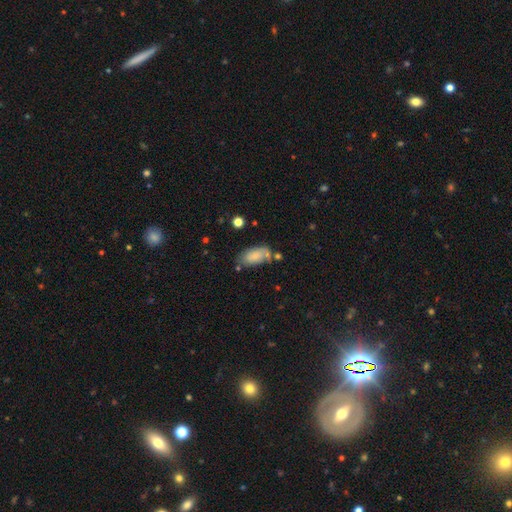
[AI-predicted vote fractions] smooth_or_featured: smooth (p=0.77) [alt: featured or disk p=0.16]
how_rounded: in between (p=0.91) [alt: cigar-shaped p=0.06]
merging: none (p=0.58) [alt: minor disturbance p=0.24]